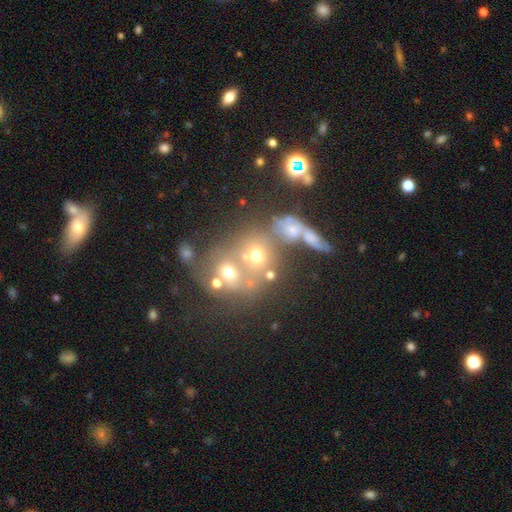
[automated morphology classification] The model was most divided on "smooth or featured": smooth: 36%, star or artifact: 34%, featured or disk: 29%. Remaining: merging — merger (46%).